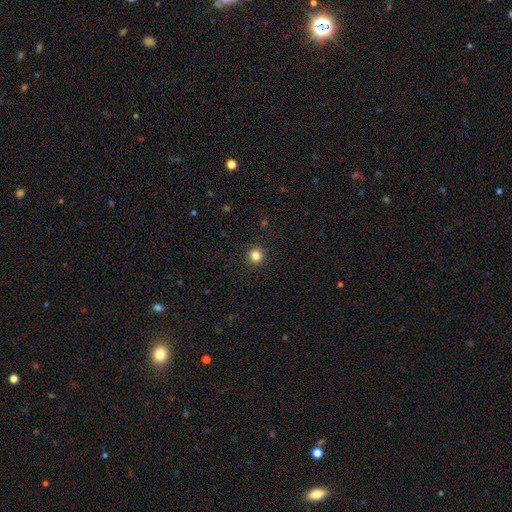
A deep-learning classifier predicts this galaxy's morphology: Smooth or featured?
  - smooth: 82% *
  - star or artifact: 13%
  - featured or disk: 5%
How rounded?
  - round: 94% *
  - in between: 5%
  - cigar-shaped: 1%
Merging?
  - none: 92% *
  - minor disturbance: 5%
  - major disturbance: 2%
  - merger: 1%